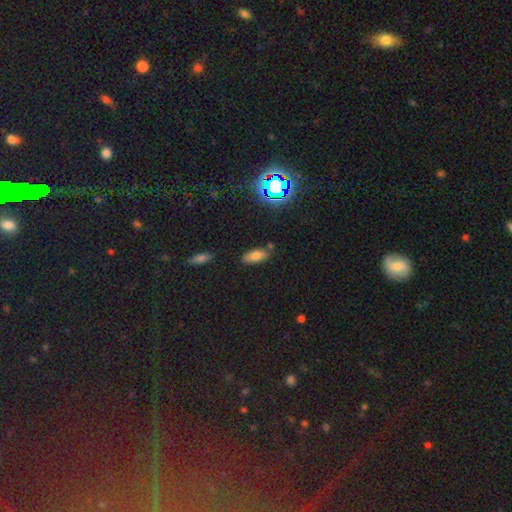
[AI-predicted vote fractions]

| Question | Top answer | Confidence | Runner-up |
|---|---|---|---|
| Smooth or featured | smooth | 72% | star or artifact (17%) |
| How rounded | in between | 81% | cigar-shaped (15%) |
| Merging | none | 75% | minor disturbance (15%) |